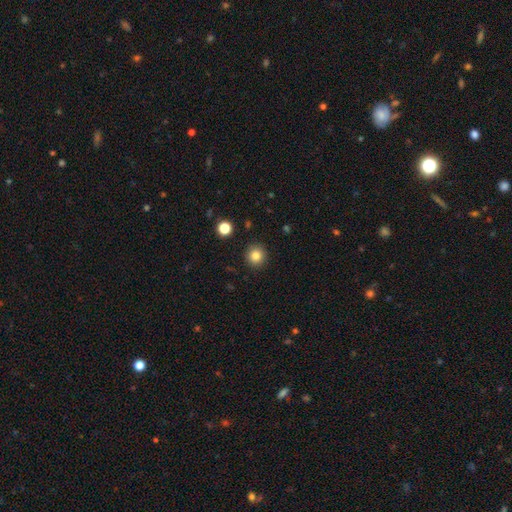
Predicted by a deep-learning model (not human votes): A smooth galaxy with no disk features (84%) that is round (94%). Merging: none (91%).